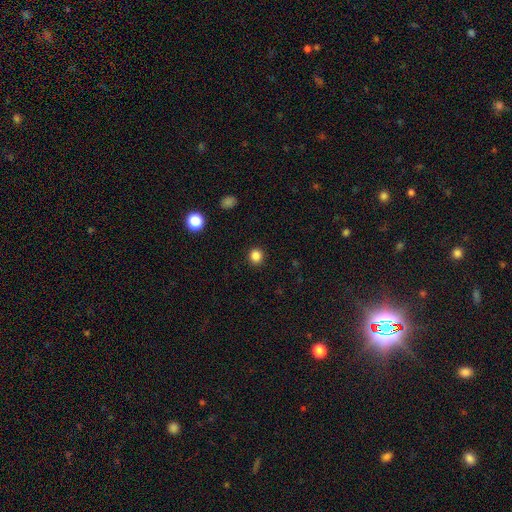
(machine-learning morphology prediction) This appears to be a smooth galaxy with no disk features (85%) that is round (90%). Merging: none (92%).